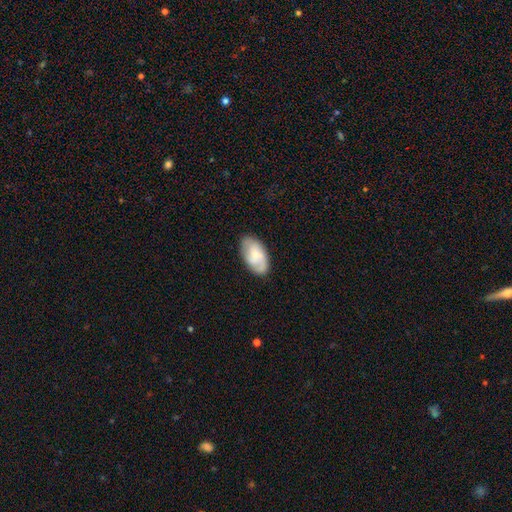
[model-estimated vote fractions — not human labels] Morphology: type=smooth (50%); merging=none (79%).